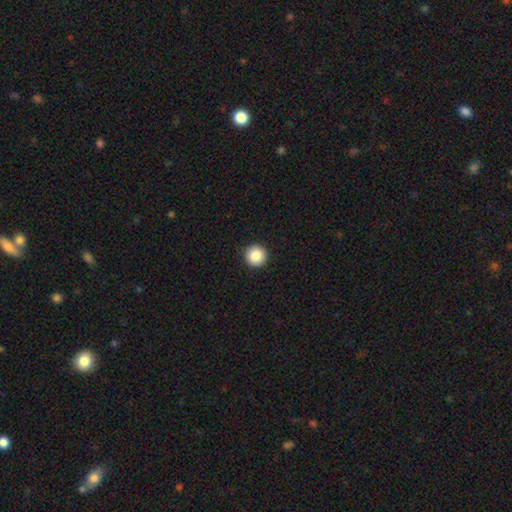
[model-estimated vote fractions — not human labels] The model was most divided on "smooth or featured": smooth: 86%, star or artifact: 9%, featured or disk: 5%. More confident: how rounded — round (96%); merging — none (93%).